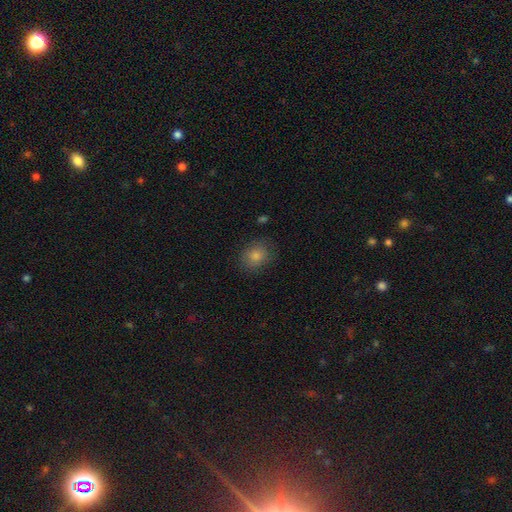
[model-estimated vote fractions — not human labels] Smooth or featured? Predicted: smooth (p=0.79). How rounded? Predicted: round (p=0.62). Merging? Predicted: none (p=0.84).